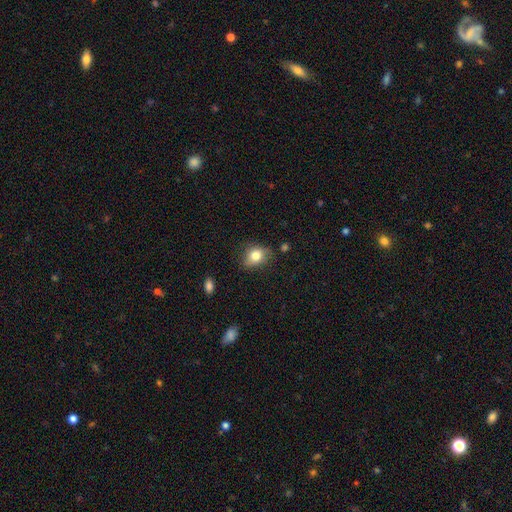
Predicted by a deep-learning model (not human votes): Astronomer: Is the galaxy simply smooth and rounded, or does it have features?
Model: smooth — 80%.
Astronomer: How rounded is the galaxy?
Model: in between — 56% (runner-up: round, 43%).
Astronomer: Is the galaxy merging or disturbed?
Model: none — 69%.